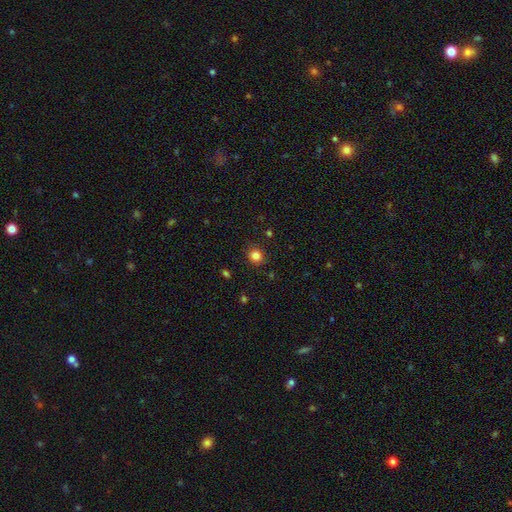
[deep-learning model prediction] smooth_or_featured: smooth (p=0.82) [alt: star or artifact p=0.13]
how_rounded: round (p=0.82) [alt: in between p=0.17]
merging: none (p=0.86) [alt: minor disturbance p=0.10]